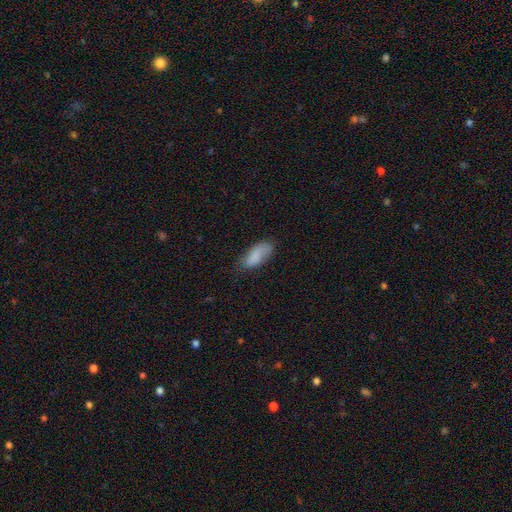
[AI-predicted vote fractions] smooth_or_featured: smooth (p=0.82) [alt: featured or disk p=0.11]
how_rounded: in between (p=0.87) [alt: cigar-shaped p=0.11]
merging: none (p=0.62) [alt: minor disturbance p=0.28]